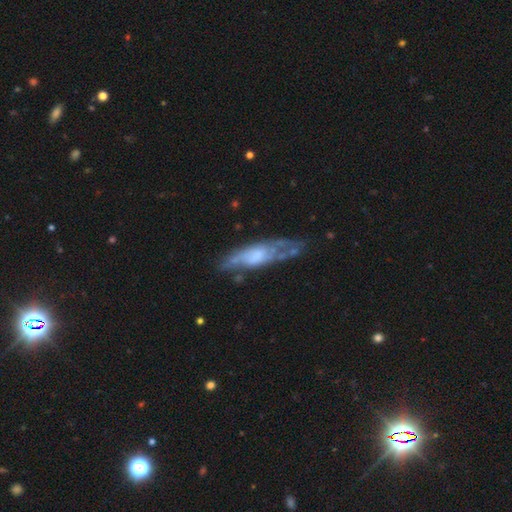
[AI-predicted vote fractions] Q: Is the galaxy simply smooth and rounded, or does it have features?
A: featured or disk — 63%.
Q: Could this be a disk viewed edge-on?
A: no — 64%.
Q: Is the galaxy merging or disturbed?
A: none — 52%.